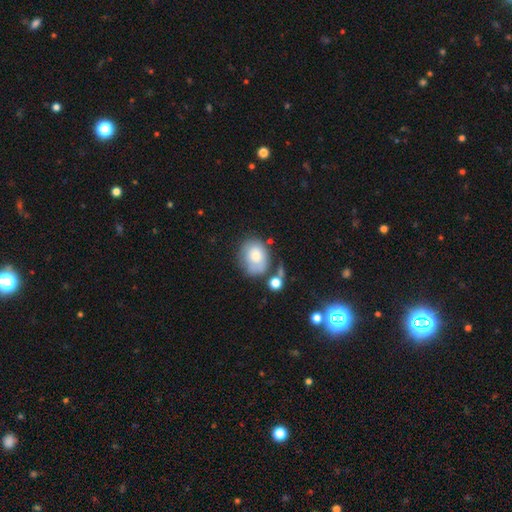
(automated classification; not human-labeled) A smooth galaxy with no disk features (70%) that is round (52%).

Vote fractions:
- Smooth or featured? smooth: 70% / featured or disk: 22% / star or artifact: 8%
- How rounded? round: 52% / in between: 47% / cigar-shaped: 1%
- Merging? none: 49% / minor disturbance: 24% / merger: 16% / major disturbance: 11%